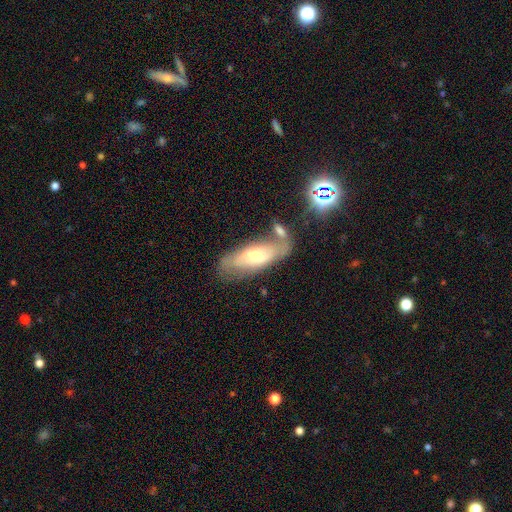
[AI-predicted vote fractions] Overall: smooth (48%; featured or disk 44%). Merging: none (47%; merger 23%).